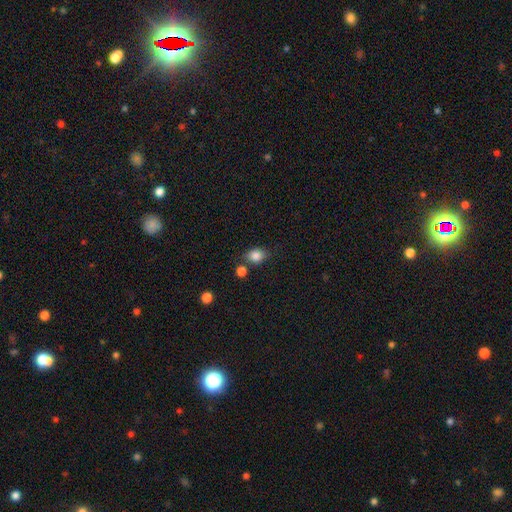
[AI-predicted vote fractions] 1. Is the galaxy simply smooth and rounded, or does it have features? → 84% smooth, 10% star or artifact, 6% featured or disk.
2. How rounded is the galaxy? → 55% in between, 43% round, 1% cigar-shaped.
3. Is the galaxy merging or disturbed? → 69% none, 16% minor disturbance, 11% merger, 4% major disturbance.